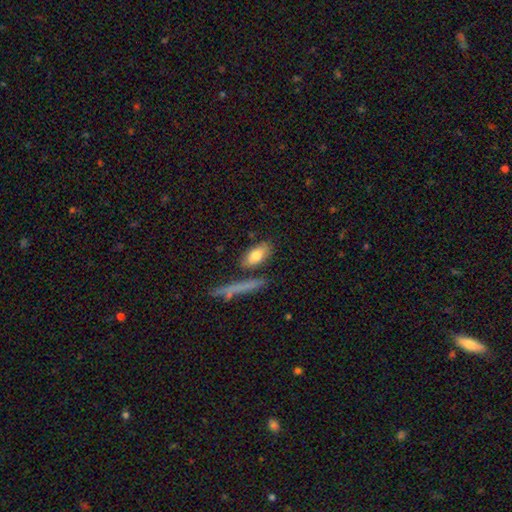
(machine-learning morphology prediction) Smooth or featured? Predicted: smooth (p=0.76). How rounded? Predicted: in between (p=0.78). Merging? Predicted: none (p=0.71).